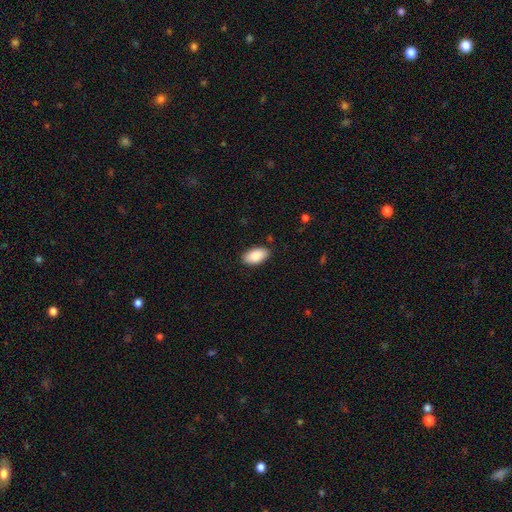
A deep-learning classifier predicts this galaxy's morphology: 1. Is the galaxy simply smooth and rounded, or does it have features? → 89% smooth, 6% star or artifact, 5% featured or disk.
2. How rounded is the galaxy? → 95% in between, 3% round, 2% cigar-shaped.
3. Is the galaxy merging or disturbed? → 87% none, 10% minor disturbance, 2% major disturbance, 1% merger.